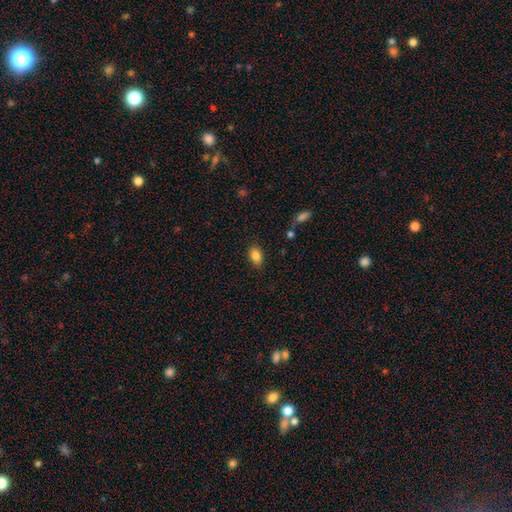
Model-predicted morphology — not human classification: smooth-or-featured: smooth: 85% | star or artifact: 9% | featured or disk: 6%
  how-rounded: in between: 86% | round: 12% | cigar-shaped: 2%
  merging: none: 83% | minor disturbance: 12% | major disturbance: 3% | merger: 2%